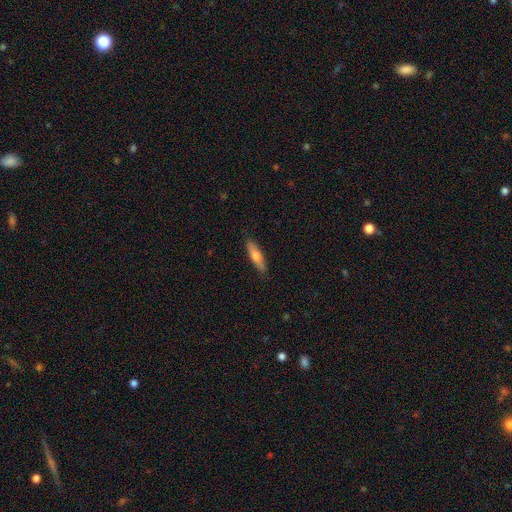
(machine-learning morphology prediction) This appears to be a smooth galaxy with no disk features (64%) that is cigar-shaped (70%). Merging: none (87%).